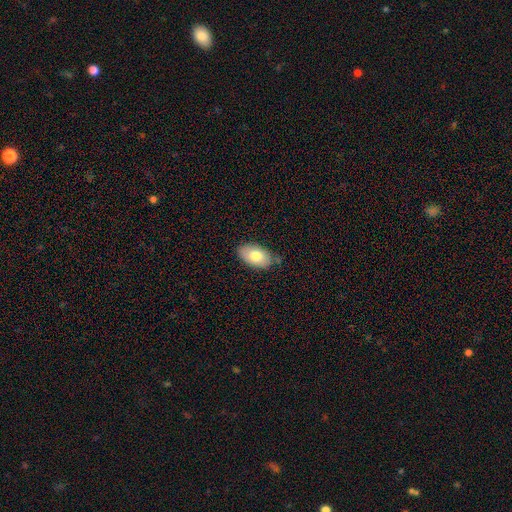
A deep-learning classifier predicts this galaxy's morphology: Overall: smooth (77%). How rounded: in between (94%). Merging: none (75%).